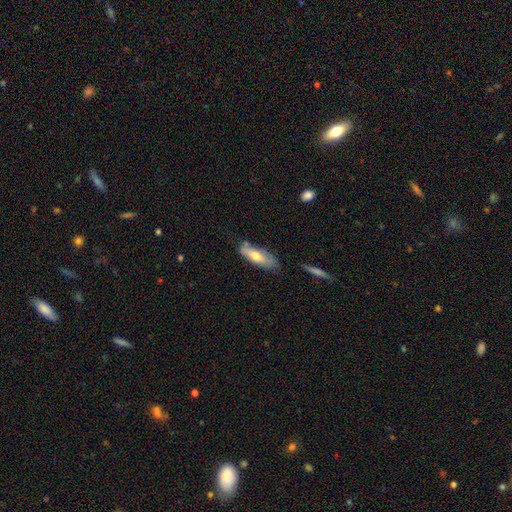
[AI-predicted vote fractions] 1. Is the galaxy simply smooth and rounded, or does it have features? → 65% smooth, 29% featured or disk, 6% star or artifact.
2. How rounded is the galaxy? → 55% in between, 43% cigar-shaped, 2% round.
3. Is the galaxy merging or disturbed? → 60% none, 26% minor disturbance, 7% major disturbance, 6% merger.